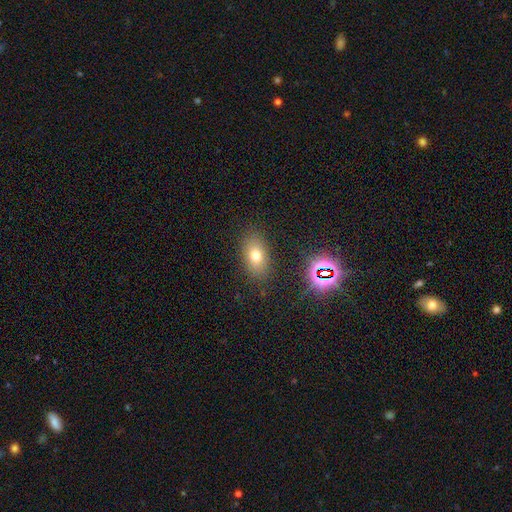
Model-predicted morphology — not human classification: This is likely a smooth galaxy (70%). How rounded: clearly in between (84%). Merging: clearly none (85%).